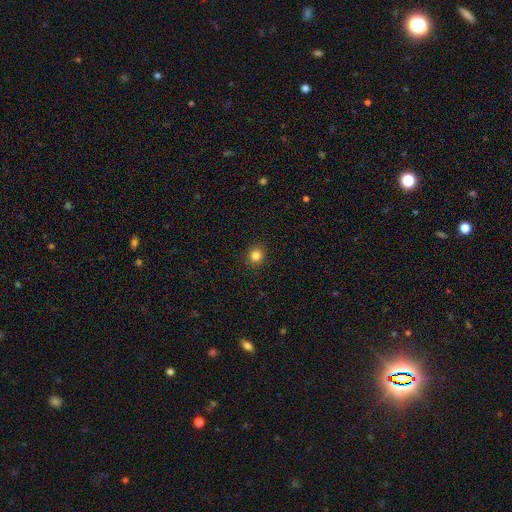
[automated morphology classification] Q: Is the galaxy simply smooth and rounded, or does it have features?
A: smooth — 83%.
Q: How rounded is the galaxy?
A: round — 93%.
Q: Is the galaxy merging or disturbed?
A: none — 92%.